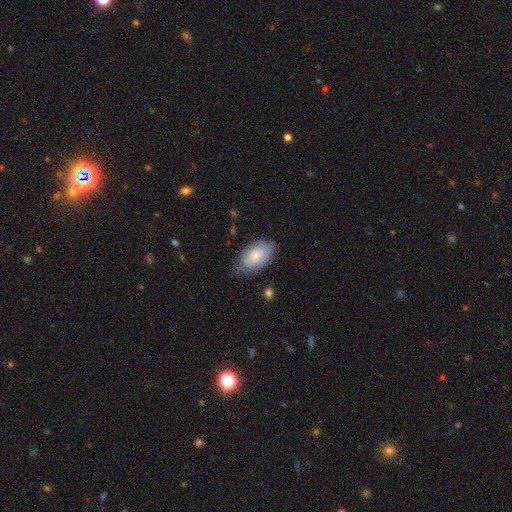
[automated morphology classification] Smooth or featured?
  - smooth: 76% *
  - featured or disk: 18%
  - star or artifact: 6%
How rounded?
  - in between: 94% *
  - round: 5%
  - cigar-shaped: 2%
Merging?
  - none: 61% *
  - minor disturbance: 30%
  - major disturbance: 7%
  - merger: 2%